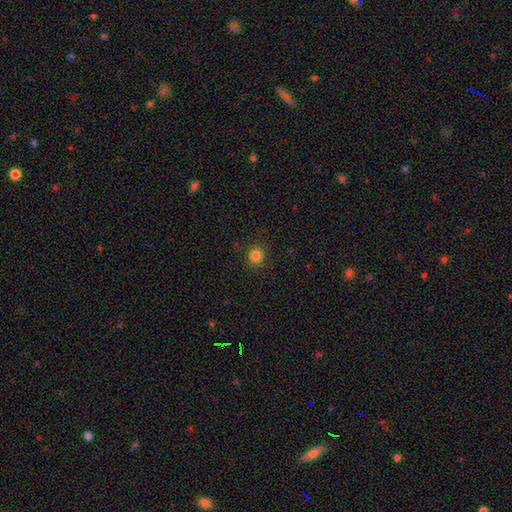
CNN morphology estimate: type=smooth (82%); roundness=round (86%); merging=none (89%).